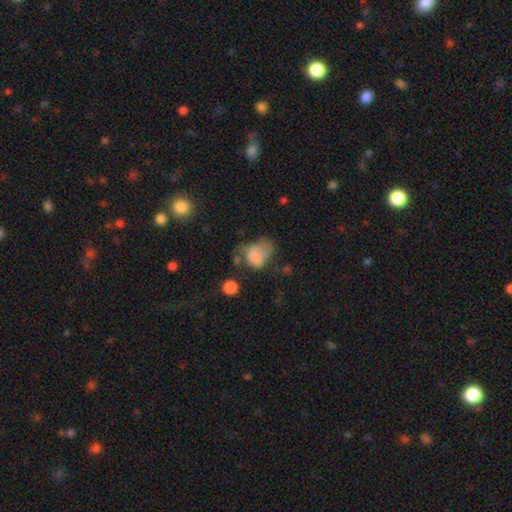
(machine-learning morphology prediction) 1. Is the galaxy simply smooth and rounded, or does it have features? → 65% smooth, 22% featured or disk, 13% star or artifact.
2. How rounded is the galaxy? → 70% in between, 29% round, 1% cigar-shaped.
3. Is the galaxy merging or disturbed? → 38% major disturbance, 27% minor disturbance, 24% none, 12% merger.